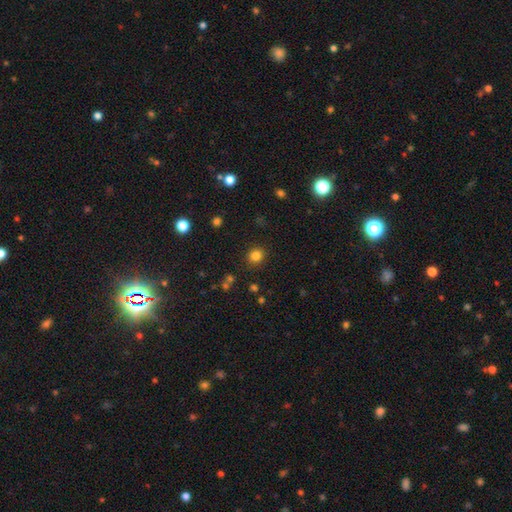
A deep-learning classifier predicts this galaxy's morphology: smooth 82%, star or artifact 13%, featured or disk 5%. Down the decision tree: how rounded — round (79%); merging — none (88%).